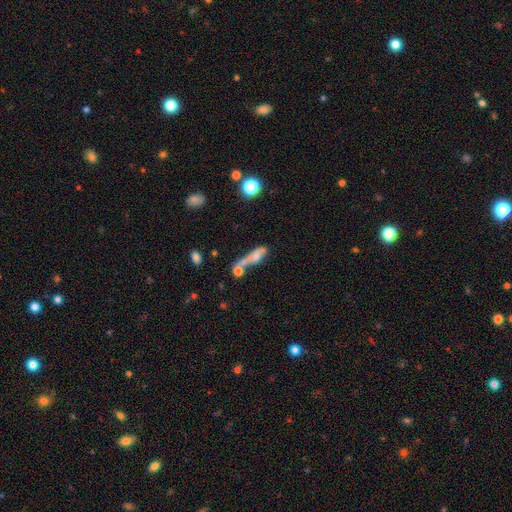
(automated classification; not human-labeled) Q: Smooth or featured?
A: smooth (58%); runner-up: featured or disk (31%)
Q: How rounded?
A: cigar-shaped (51%); runner-up: in between (42%)
Q: Merging?
A: merger (47%); runner-up: none (22%)